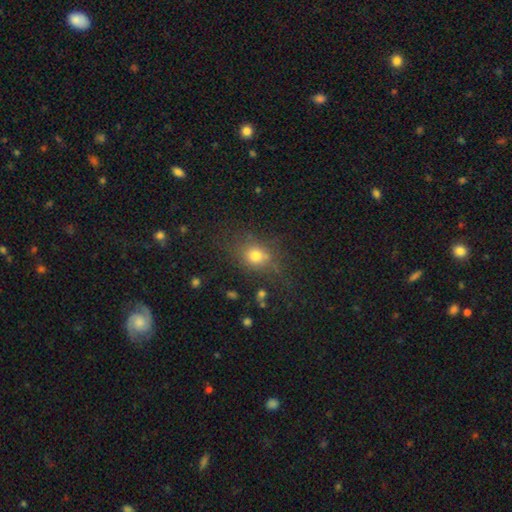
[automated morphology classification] Overall: smooth (72%). How rounded: round (57%; in between 41%). Merging: none (66%).